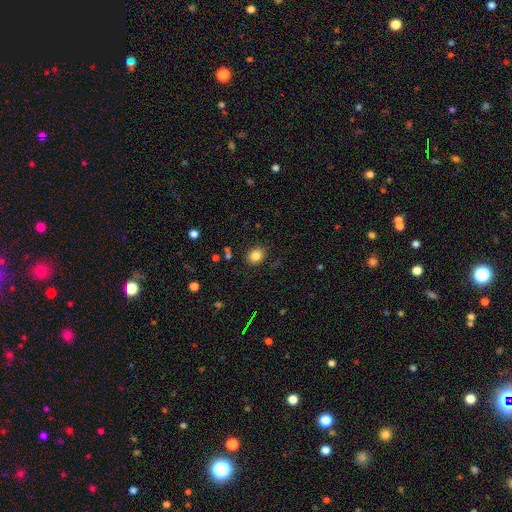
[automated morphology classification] Smooth or featured? Predicted: smooth (p=0.83). How rounded? Predicted: round (p=0.58). Merging? Predicted: none (p=0.85).